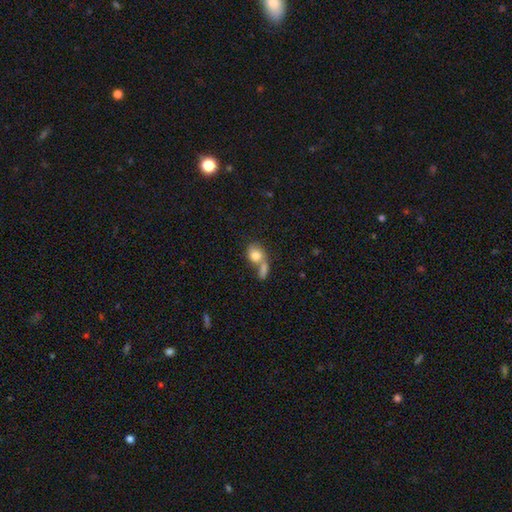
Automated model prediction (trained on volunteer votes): A smooth galaxy with no disk features (78%) that is round (57%). Merging: merger (53%).